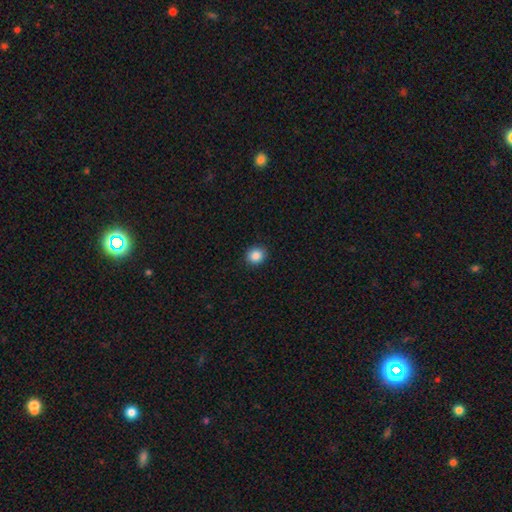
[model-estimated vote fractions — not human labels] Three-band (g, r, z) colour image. It shows a smooth galaxy with no disk features (87%) that is round (86%). Merging: none (91%).